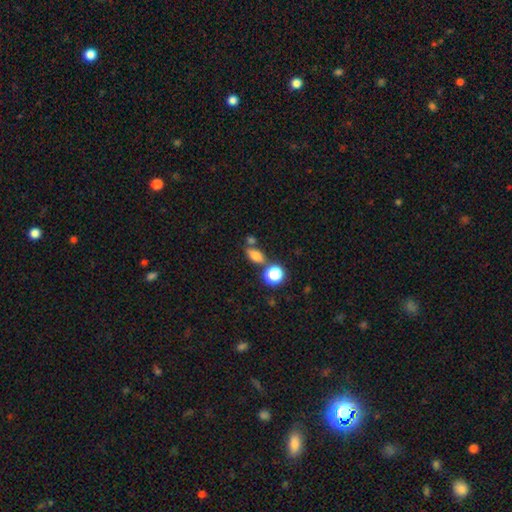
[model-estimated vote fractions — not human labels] Smooth or featured?
  - smooth: 76% *
  - star or artifact: 14%
  - featured or disk: 10%
How rounded?
  - in between: 76% *
  - round: 18%
  - cigar-shaped: 6%
Merging?
  - none: 63% *
  - merger: 19%
  - minor disturbance: 13%
  - major disturbance: 5%